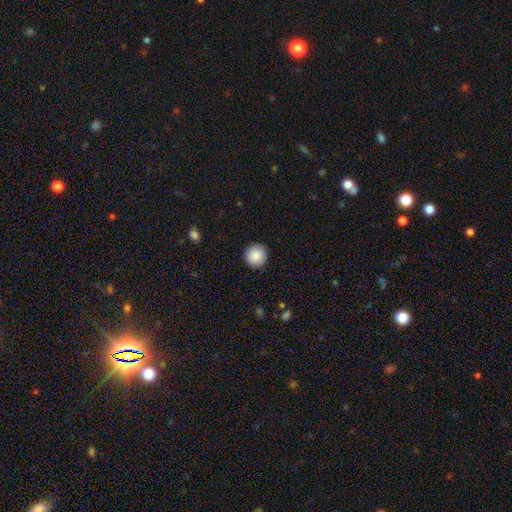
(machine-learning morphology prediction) This appears to be a smooth galaxy with no disk features (88%) that is round (93%). Merging: none (91%).